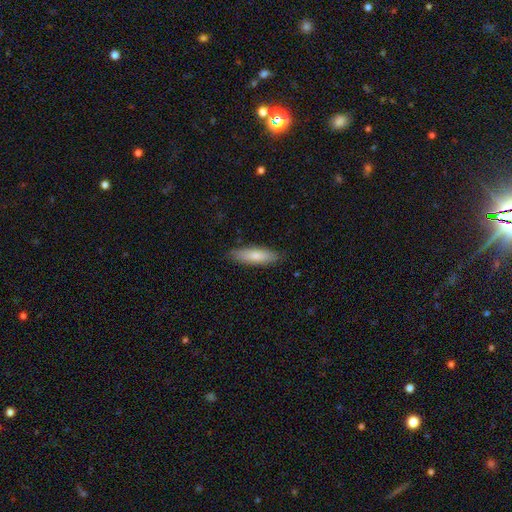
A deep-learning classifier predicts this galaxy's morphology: Overall: smooth (80%). How rounded: cigar-shaped (53%; in between 45%). Merging: none (85%).